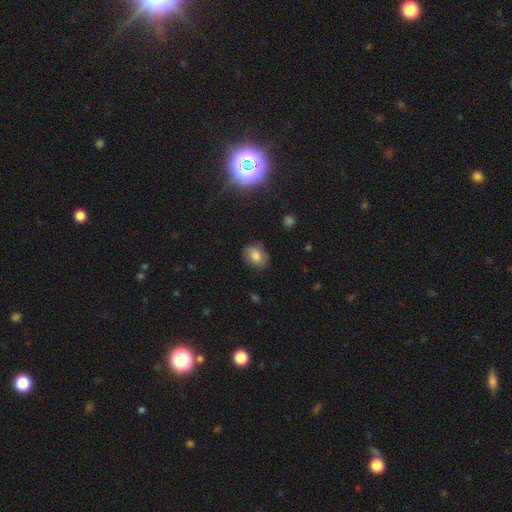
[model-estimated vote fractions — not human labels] Morphology: type=smooth (77%); roundness=in between (64%); merging=none (82%).